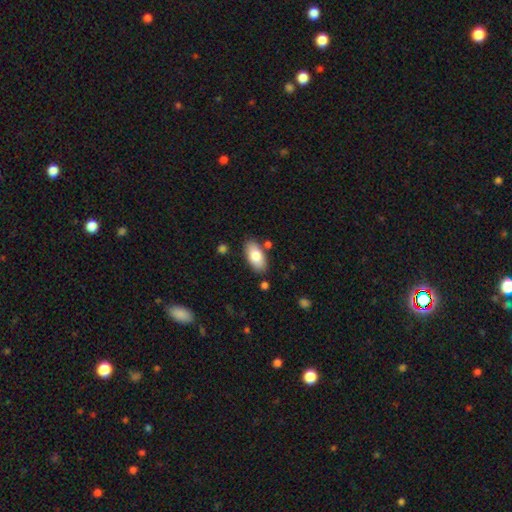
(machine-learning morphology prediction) smooth 80%, featured or disk 13%, star or artifact 6%. Down the decision tree: how rounded — in between (93%); merging — none (83%).